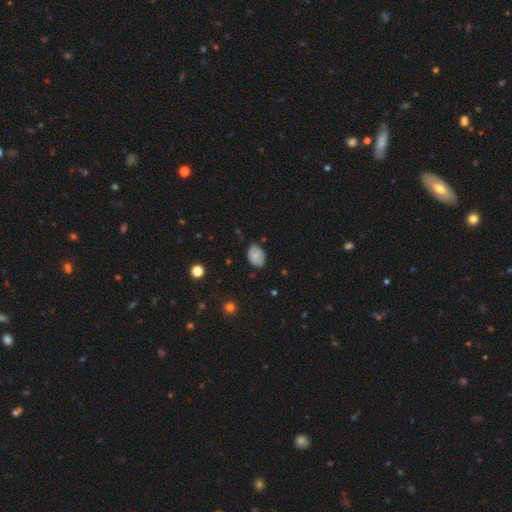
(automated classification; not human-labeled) smooth-or-featured: smooth: 77% | featured or disk: 14% | star or artifact: 9%
  how-rounded: in between: 82% | round: 17% | cigar-shaped: 1%
  merging: none: 73% | minor disturbance: 22% | major disturbance: 3% | merger: 1%